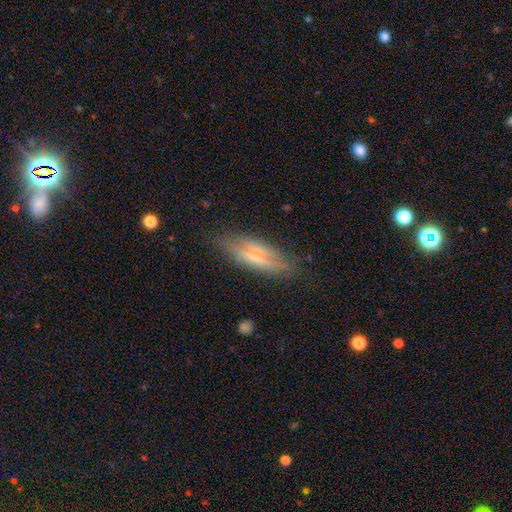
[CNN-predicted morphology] smooth-or-featured: featured or disk: 48% | smooth: 41% | star or artifact: 11%
  merging: none: 80% | minor disturbance: 14% | major disturbance: 4% | merger: 2%